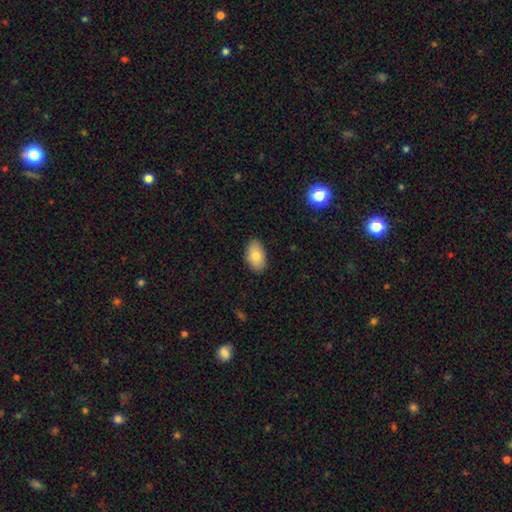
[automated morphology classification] A smooth galaxy with no disk features (81%) that is in between round and cigar-shaped (93%).

Vote fractions:
- Smooth or featured? smooth: 81% / featured or disk: 12% / star or artifact: 7%
- How rounded? in between: 93% / round: 6% / cigar-shaped: 1%
- Merging? none: 87% / minor disturbance: 10% / major disturbance: 2% / merger: 1%